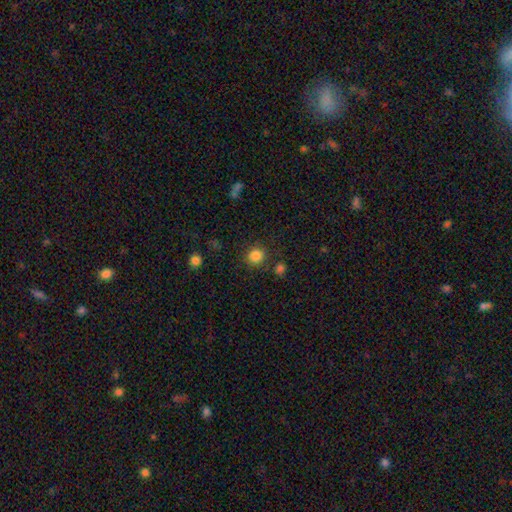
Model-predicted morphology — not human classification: The model was most divided on "smooth or featured": smooth: 84%, star or artifact: 12%, featured or disk: 4%. More confident: how rounded — round (90%); merging — none (84%).